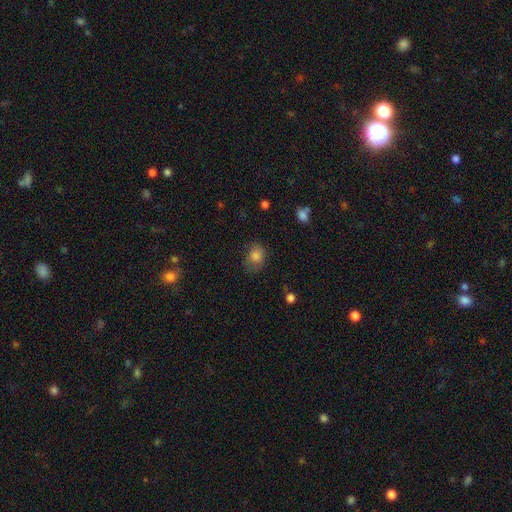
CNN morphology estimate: smooth_or_featured: smooth (p=0.82) [alt: star or artifact p=0.10]
how_rounded: in between (p=0.55) [alt: round p=0.44]
merging: none (p=0.57) [alt: minor disturbance p=0.29]